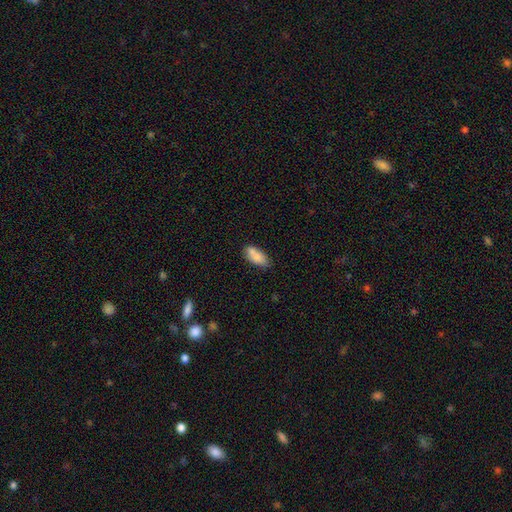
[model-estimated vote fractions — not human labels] smooth 80%, featured or disk 13%, star or artifact 7%. Down the decision tree: how rounded — in between (86%); merging — none (61%).